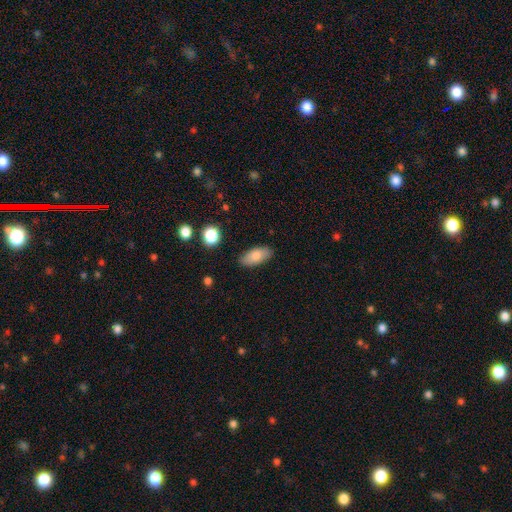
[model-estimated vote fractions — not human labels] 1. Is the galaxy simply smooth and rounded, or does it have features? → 81% smooth, 12% featured or disk, 7% star or artifact.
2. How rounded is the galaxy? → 90% in between, 7% cigar-shaped, 3% round.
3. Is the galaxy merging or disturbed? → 85% none, 11% minor disturbance, 2% major disturbance, 2% merger.